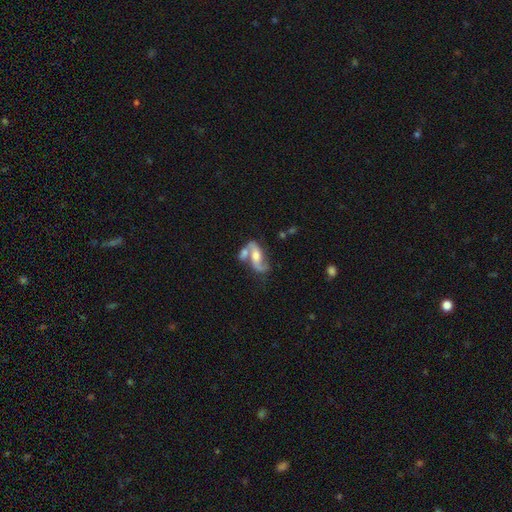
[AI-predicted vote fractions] This appears to be a featured or disk galaxy (75%) with no bar (50%), 2 (85%) loose (61%) spiral arms (90%) and a moderate central bulge (57%). Merging: merger (42%).